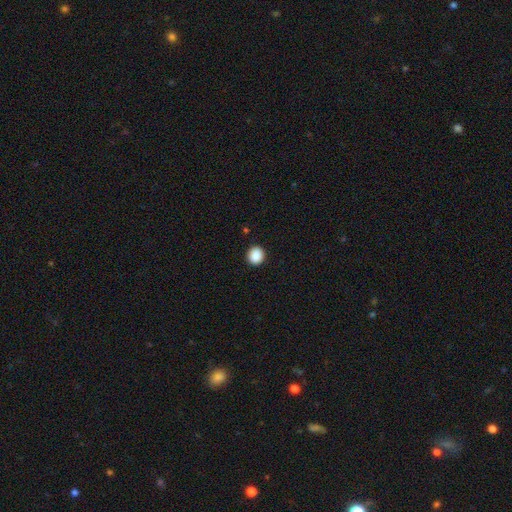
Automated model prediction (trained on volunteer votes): This appears to be a smooth galaxy with no disk features (89%) that is round (87%). Merging: none (91%).